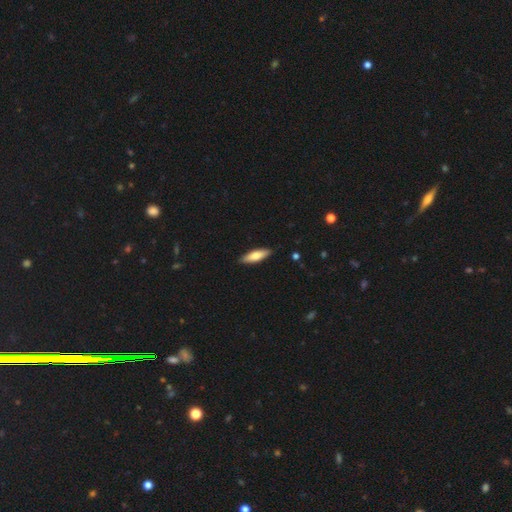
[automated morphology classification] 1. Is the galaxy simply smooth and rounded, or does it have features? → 71% smooth, 23% featured or disk, 5% star or artifact.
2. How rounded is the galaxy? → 54% cigar-shaped, 44% in between, 2% round.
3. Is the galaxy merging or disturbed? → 89% none, 9% minor disturbance, 2% major disturbance, 1% merger.